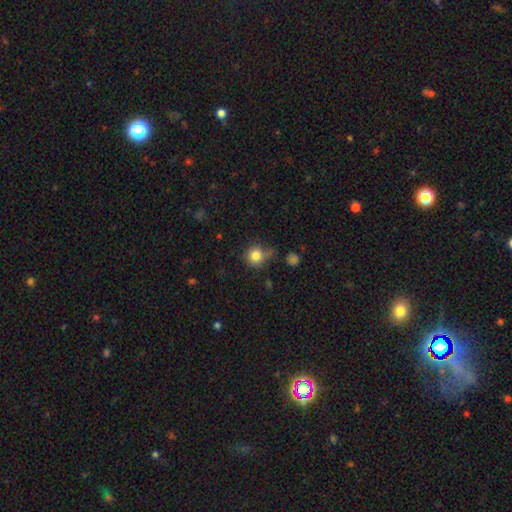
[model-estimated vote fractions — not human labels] Smooth or featured? smooth (82%)
How rounded? round (88%)
Merging? none (67%)